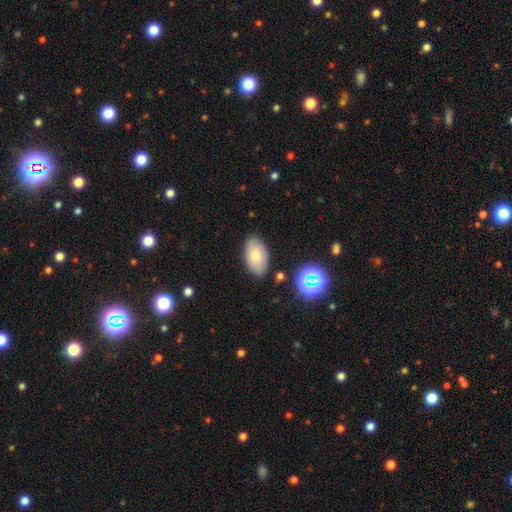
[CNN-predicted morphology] smooth_or_featured: smooth (p=0.78) [alt: featured or disk p=0.14]
how_rounded: in between (p=0.94) [alt: round p=0.05]
merging: none (p=0.83) [alt: minor disturbance p=0.12]